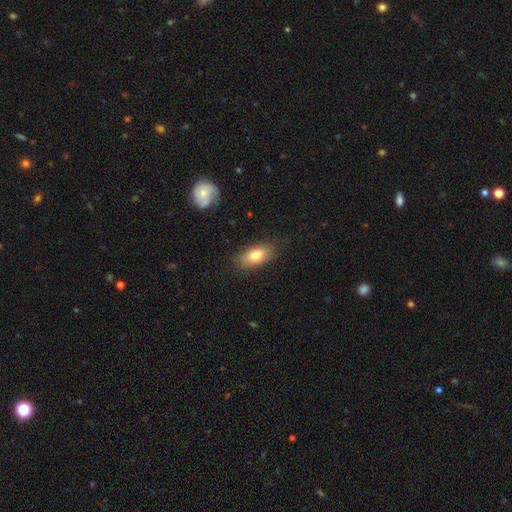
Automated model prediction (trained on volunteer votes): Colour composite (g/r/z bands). It shows a smooth galaxy with no disk features (77%) that is in between round and cigar-shaped (88%). Merging: none (84%).